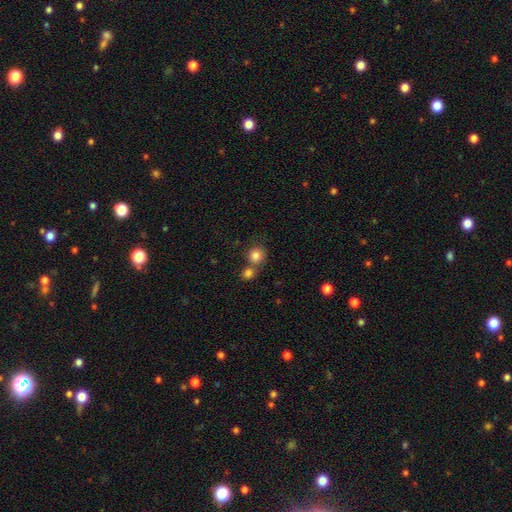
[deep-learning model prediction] smooth 83%, star or artifact 11%, featured or disk 7%. Down the decision tree: how rounded — round (88%); merging — none (54%).